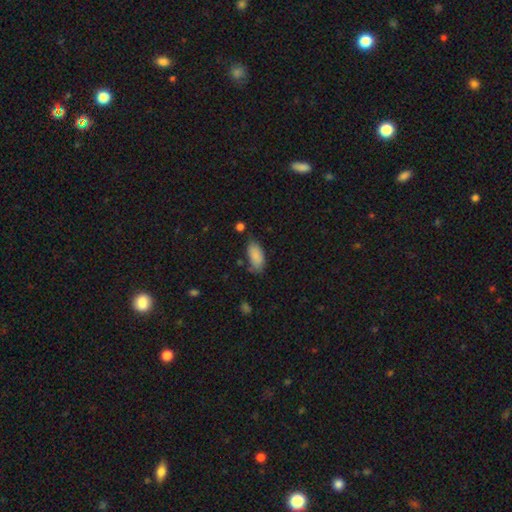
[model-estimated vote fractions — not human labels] smooth-or-featured: smooth: 86% | featured or disk: 7% | star or artifact: 7%
  how-rounded: in between: 92% | cigar-shaped: 6% | round: 2%
  merging: none: 62% | minor disturbance: 27% | major disturbance: 7% | merger: 5%